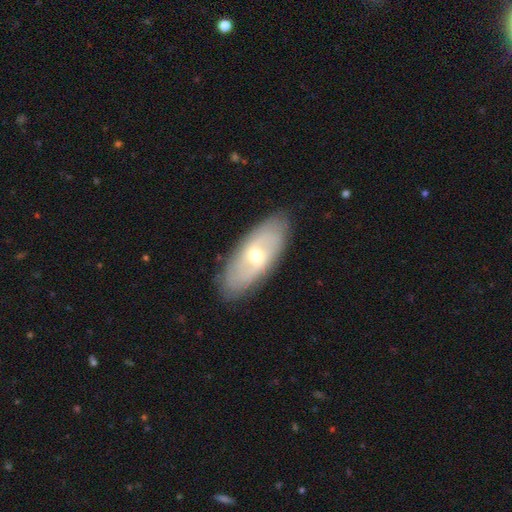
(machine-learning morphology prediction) smooth_or_featured: featured or disk (p=0.59) [alt: smooth p=0.35]
disk_edge_on: no (p=0.83) [alt: yes p=0.17]
merging: none (p=0.86) [alt: minor disturbance p=0.10]